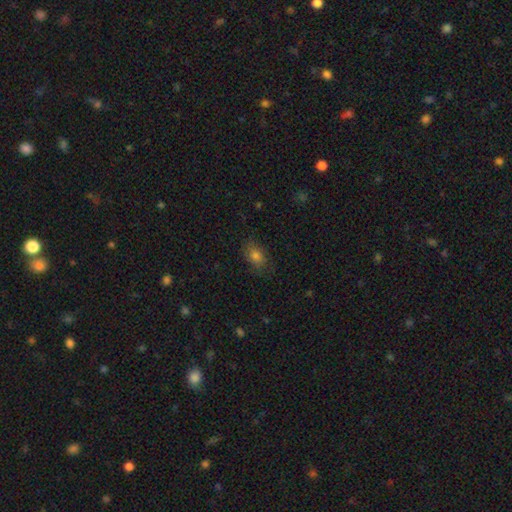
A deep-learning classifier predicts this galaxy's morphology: A smooth galaxy with no disk features (77%) that is in between round and cigar-shaped (77%). Merging: none (79%).